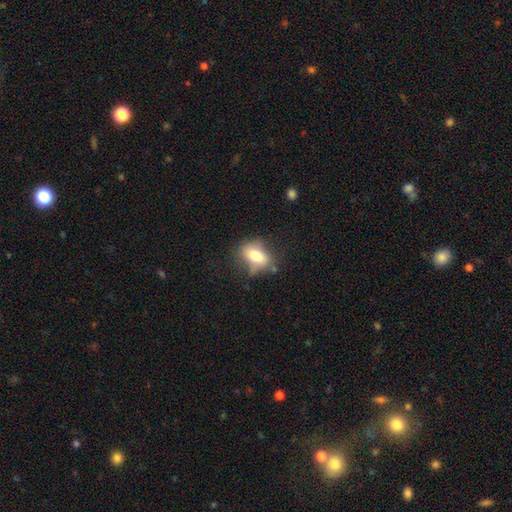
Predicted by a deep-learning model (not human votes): This is likely a smooth galaxy (72%). How rounded: likely in between (78%). Merging: possibly none (59%).